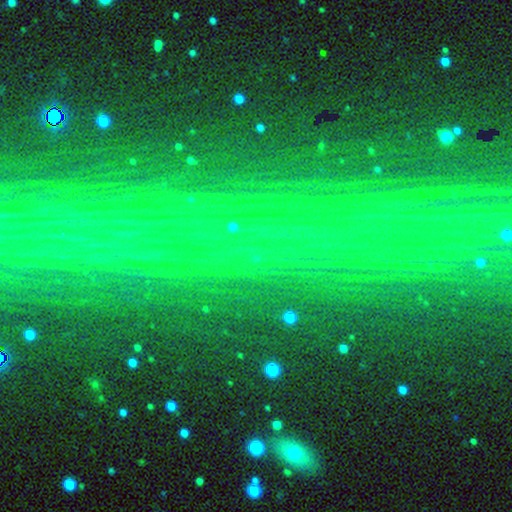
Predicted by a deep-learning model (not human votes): Smooth or featured?
  - star or artifact: 85% *
  - featured or disk: 8%
  - smooth: 8%